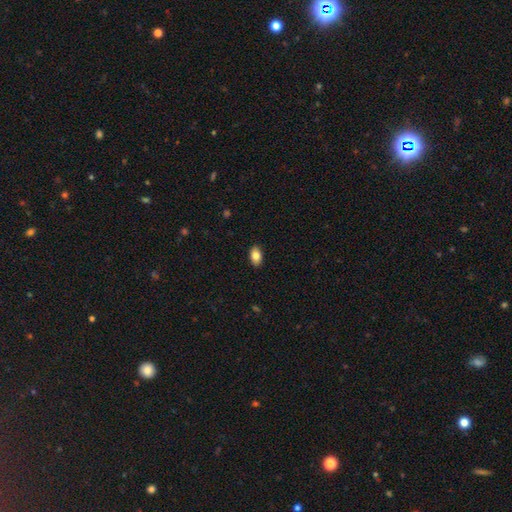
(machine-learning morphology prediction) smooth 84%, featured or disk 8%, star or artifact 8%. Down the decision tree: how rounded — in between (91%); merging — none (89%).